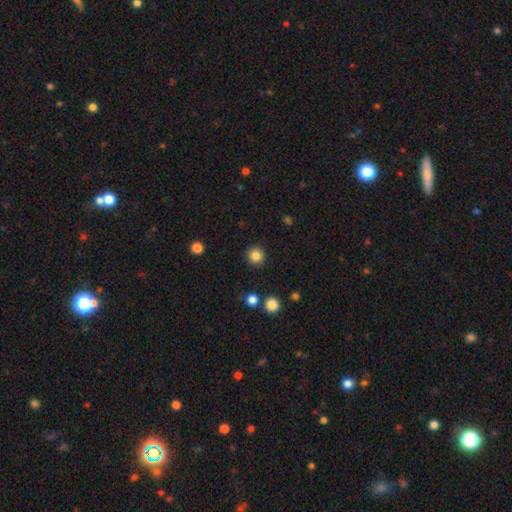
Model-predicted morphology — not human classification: smooth_or_featured: smooth (p=0.85) [alt: star or artifact p=0.11]
how_rounded: round (p=0.94) [alt: in between p=0.05]
merging: none (p=0.91) [alt: minor disturbance p=0.05]